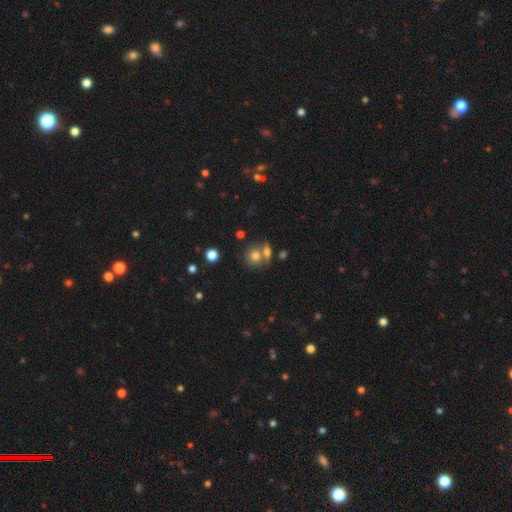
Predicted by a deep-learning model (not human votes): A smooth galaxy with no disk features (73%) that is round (81%).

Vote fractions:
- Smooth or featured? smooth: 73% / featured or disk: 15% / star or artifact: 12%
- How rounded? round: 81% / in between: 17% / cigar-shaped: 2%
- Merging? none: 49% / merger: 37% / minor disturbance: 10% / major disturbance: 4%